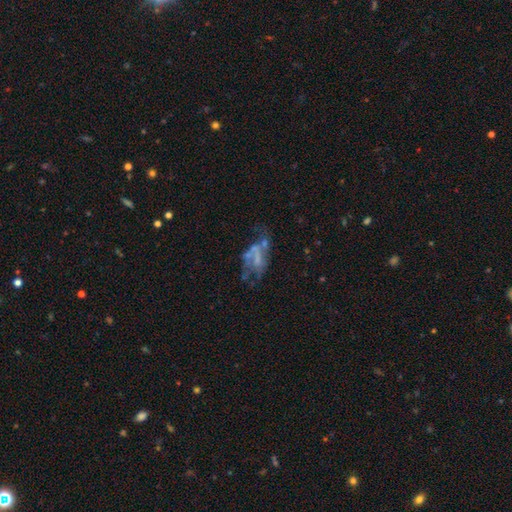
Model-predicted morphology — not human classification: The model was most divided on "merging": major disturbance: 36%, none: 31%, minor disturbance: 18%, merger: 16%. More confident: edge-on disk — no (96%); bar — no (70%); spiral arms — no (70%); bulge size — none (64%); smooth or featured — featured or disk (64%).